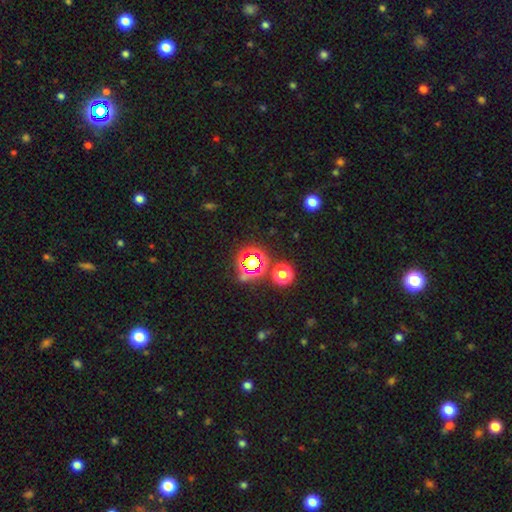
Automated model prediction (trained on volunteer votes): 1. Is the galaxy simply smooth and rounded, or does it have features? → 65% star or artifact, 25% smooth, 10% featured or disk.